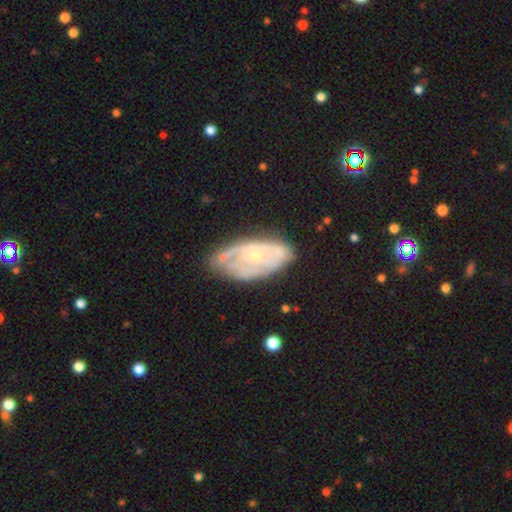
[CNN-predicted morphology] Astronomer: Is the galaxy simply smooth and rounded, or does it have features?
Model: featured or disk — 69%.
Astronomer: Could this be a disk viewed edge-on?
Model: no — 92%.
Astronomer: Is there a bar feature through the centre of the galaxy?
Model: no — 78%.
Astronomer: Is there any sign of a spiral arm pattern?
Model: yes — 68%.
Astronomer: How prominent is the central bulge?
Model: small — 67%.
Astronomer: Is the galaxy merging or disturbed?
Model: none — 56%.